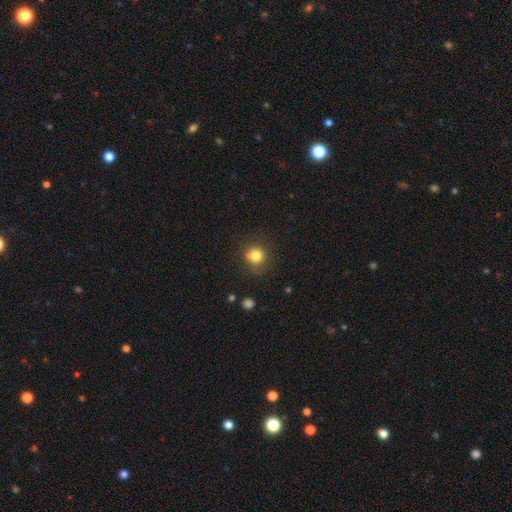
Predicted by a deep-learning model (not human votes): smooth_or_featured: smooth (p=0.80) [alt: star or artifact p=0.12]
how_rounded: round (p=0.87) [alt: in between p=0.12]
merging: none (p=0.68) [alt: minor disturbance p=0.16]